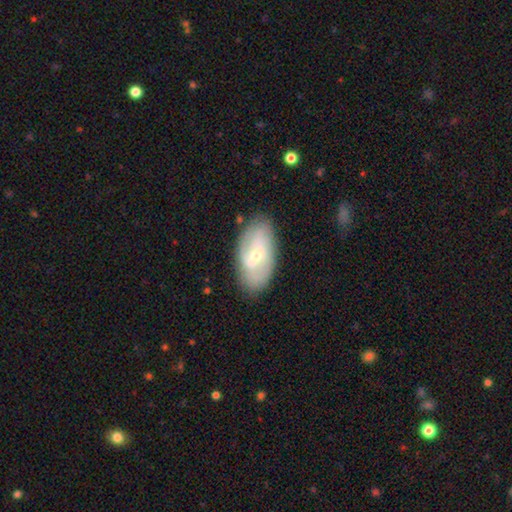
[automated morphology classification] Smooth or featured? Predicted: featured or disk (p=0.68). Edge-on disk? Predicted: no (p=0.93). Bar? Predicted: weak (p=0.47). Spiral arms? Predicted: yes (p=0.83). Spiral winding? Predicted: medium (p=0.40). Spiral arm count? Predicted: 2 (p=0.50). Bulge size? Predicted: small (p=0.65). Merging? Predicted: none (p=0.80).